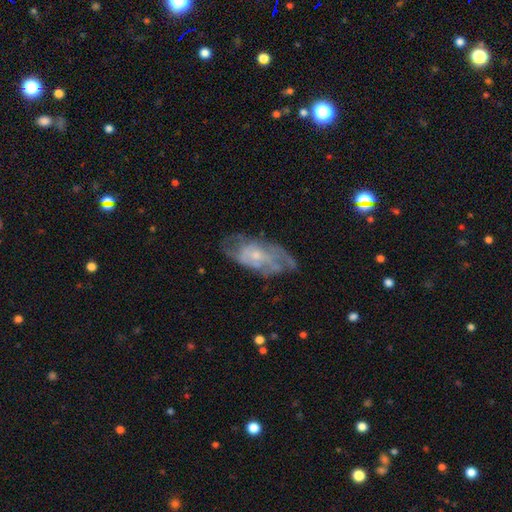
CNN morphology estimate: Overall: featured or disk (70%). Edge-on disk: no (93%). Bar: no (76%). Spiral arms: yes (71%). Bulge size: small (66%; moderate 26%). Merging: none (56%; minor disturbance 26%).